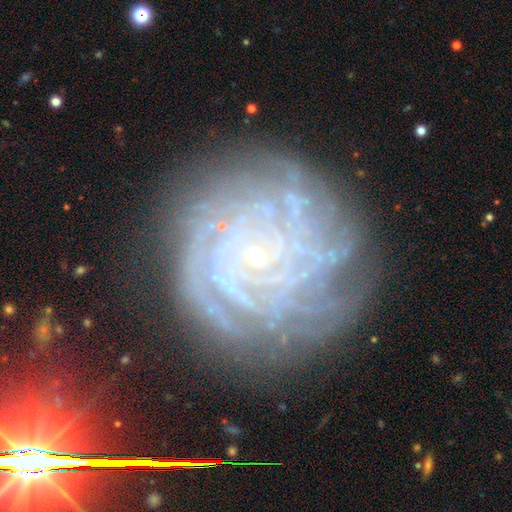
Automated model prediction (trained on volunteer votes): smooth-or-featured: featured or disk: 81% | star or artifact: 11% | smooth: 8%
  disk-edge-on: no: 97% | yes: 3%
    bar: no: 75% | weak: 17% | strong: 7%
    has-spiral-arms: yes: 96% | no: 4%
      spiral-winding: tight: 83% | medium: 13% | loose: 4%
      spiral-arm-count: more than 4: 31% | can't tell: 26% | 4: 17% | 3: 10% | 2: 9% | 1: 8%
    bulge-size: small: 87% | moderate: 8% | none: 3% | large: 1% | dominant: 1%
  merging: none: 76% | minor disturbance: 15% | major disturbance: 6% | merger: 2%